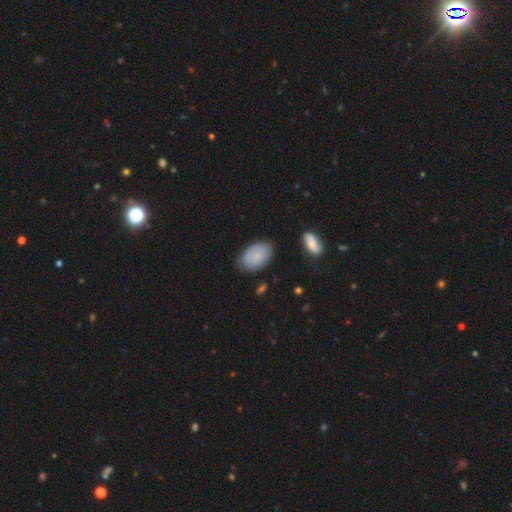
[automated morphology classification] Smooth or featured: smooth — 72% (featured or disk — 21%)
How rounded: in between — 91% (round — 8%)
Merging: none — 70% (minor disturbance — 23%)